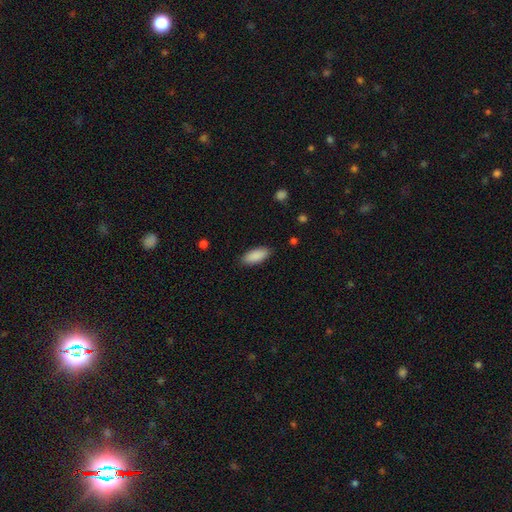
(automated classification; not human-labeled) Smooth or featured: smooth — 90% (star or artifact — 6%)
How rounded: in between — 82% (cigar-shaped — 16%)
Merging: none — 88% (minor disturbance — 9%)